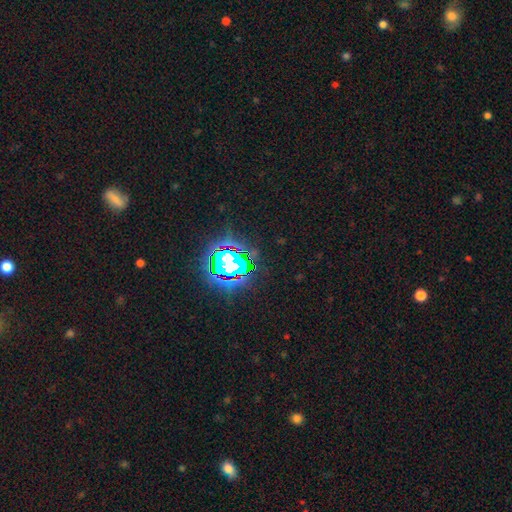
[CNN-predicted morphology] The model was most divided on "smooth or featured": star or artifact: 83%, smooth: 11%, featured or disk: 6%.